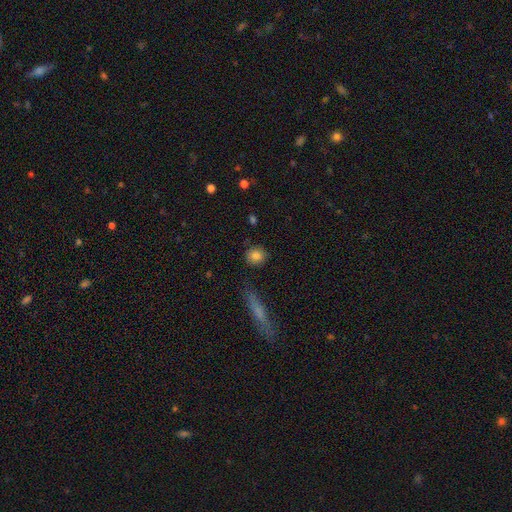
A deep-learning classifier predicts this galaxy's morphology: smooth 84%, star or artifact 9%, featured or disk 8%. Down the decision tree: how rounded — round (82%); merging — none (83%).